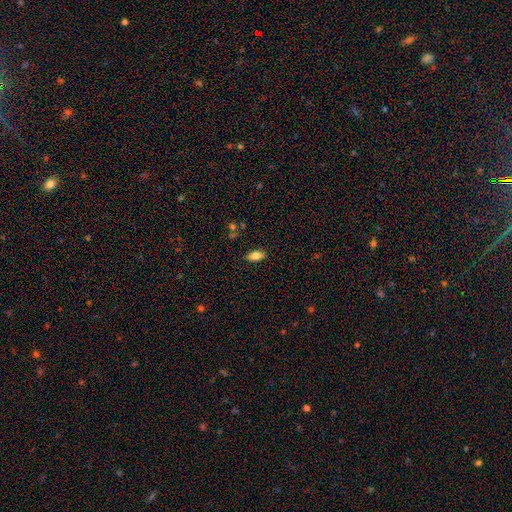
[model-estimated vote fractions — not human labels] Q: Smooth or featured?
A: smooth (80%); runner-up: featured or disk (11%)
Q: How rounded?
A: in between (89%); runner-up: cigar-shaped (8%)
Q: Merging?
A: none (86%); runner-up: minor disturbance (10%)